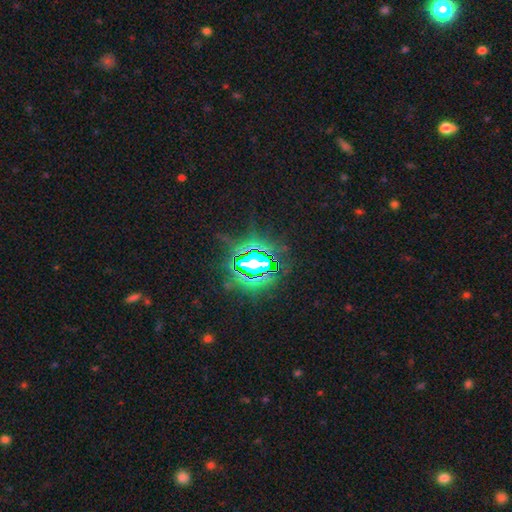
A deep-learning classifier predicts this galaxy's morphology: smooth_or_featured: star or artifact (p=0.85) [alt: smooth p=0.09]